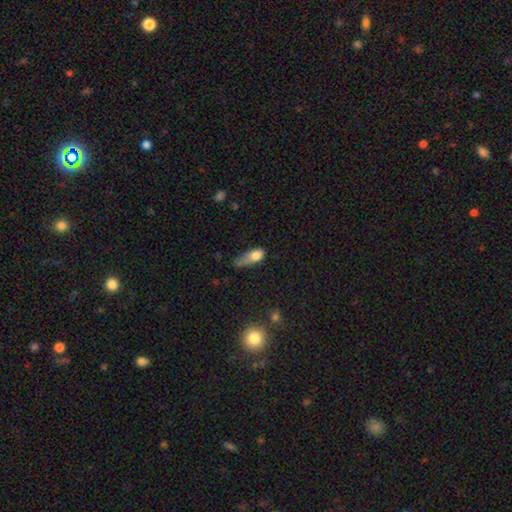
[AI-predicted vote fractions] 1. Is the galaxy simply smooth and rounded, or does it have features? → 73% smooth, 18% featured or disk, 9% star or artifact.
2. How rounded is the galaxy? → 75% in between, 17% cigar-shaped, 8% round.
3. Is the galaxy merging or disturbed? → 45% major disturbance, 33% minor disturbance, 16% none, 7% merger.